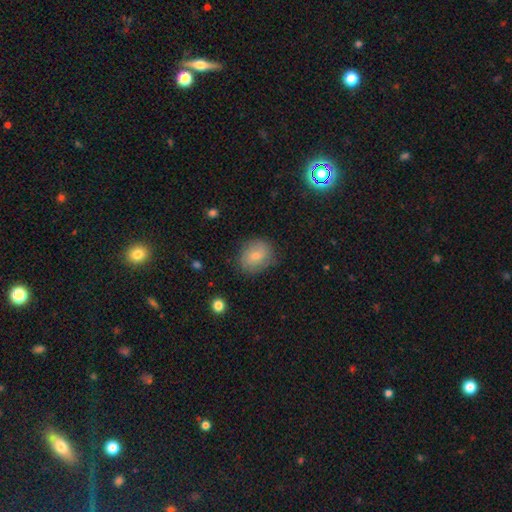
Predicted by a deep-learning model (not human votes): Smooth or featured? Predicted: smooth (p=0.71). How rounded? Predicted: round (p=0.54). Merging? Predicted: none (p=0.77).